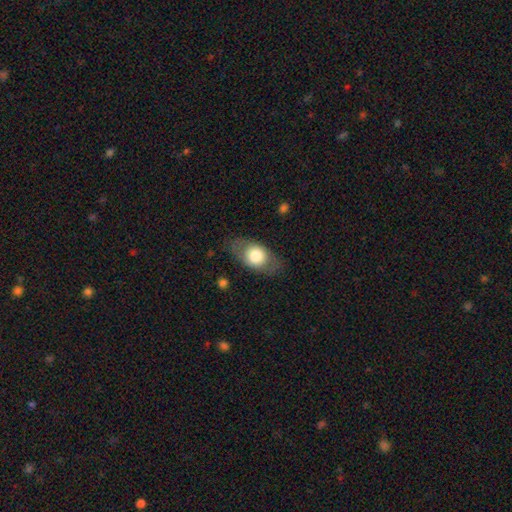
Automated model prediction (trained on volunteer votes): This is likely a smooth galaxy (67%). How rounded: clearly in between (81%). Merging: likely none (78%).